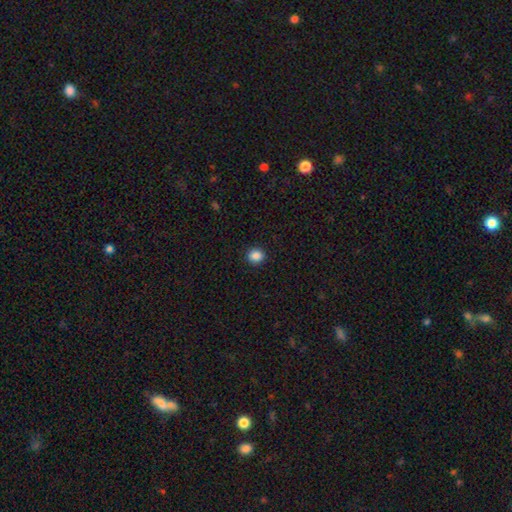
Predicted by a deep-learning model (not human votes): Smooth or featured?
  - smooth: 87% *
  - star or artifact: 10%
  - featured or disk: 3%
How rounded?
  - round: 82% *
  - in between: 17%
  - cigar-shaped: 1%
Merging?
  - none: 92% *
  - minor disturbance: 6%
  - major disturbance: 2%
  - merger: 1%